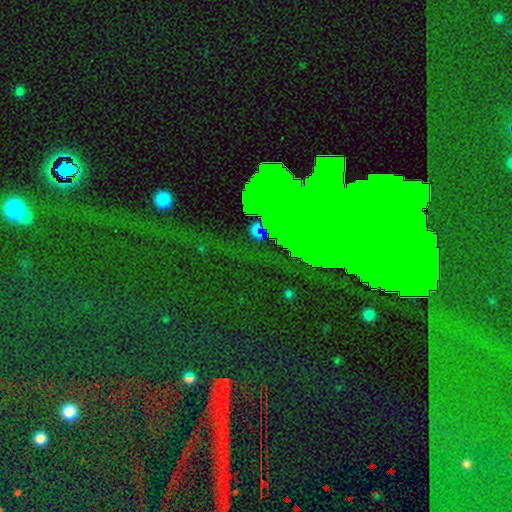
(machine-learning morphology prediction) A star or artifact, not a galaxy (79%).